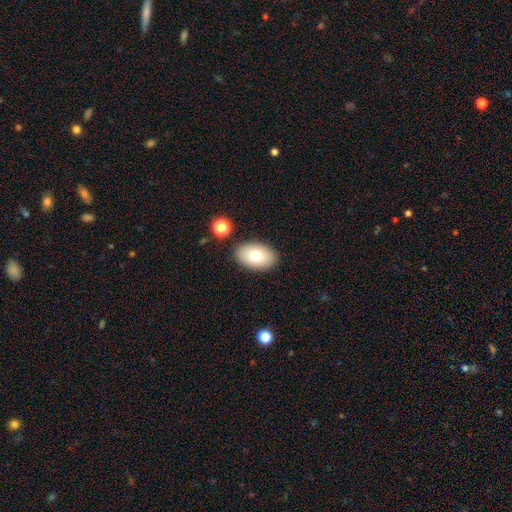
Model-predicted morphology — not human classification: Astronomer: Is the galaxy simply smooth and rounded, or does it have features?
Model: smooth — 76%.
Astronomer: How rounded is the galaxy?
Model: in between — 91%.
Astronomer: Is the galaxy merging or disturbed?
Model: none — 86%.